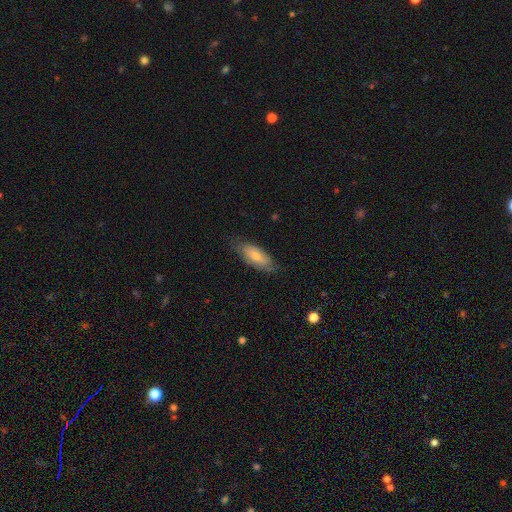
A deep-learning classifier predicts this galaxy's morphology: Smooth or featured? smooth (69%)
How rounded? in between (80%)
Merging? none (74%)